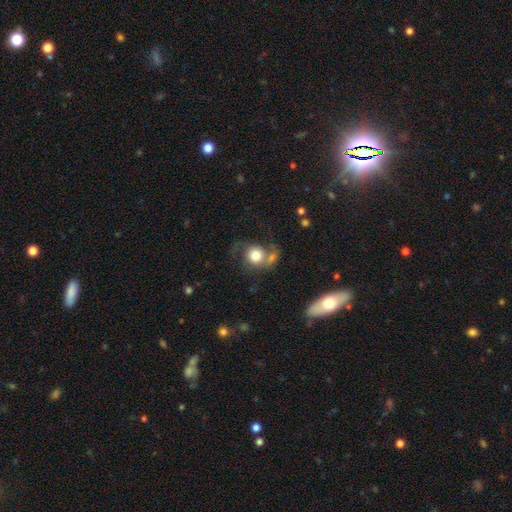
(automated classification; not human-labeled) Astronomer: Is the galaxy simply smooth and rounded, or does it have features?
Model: smooth — 68%.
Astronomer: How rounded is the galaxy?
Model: round — 80%.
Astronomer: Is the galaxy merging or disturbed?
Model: none — 39% (runner-up: merger, 27%).